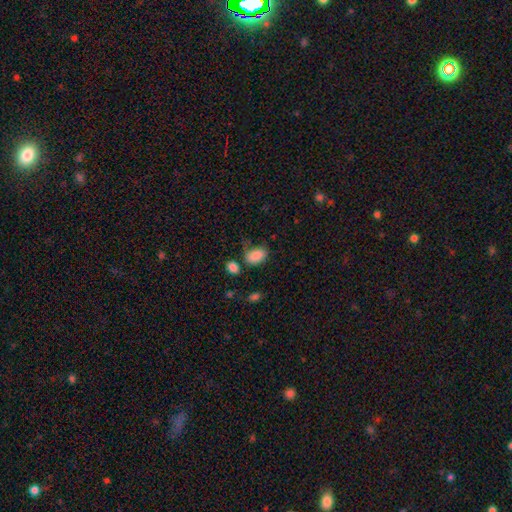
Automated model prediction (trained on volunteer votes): This appears to be a smooth galaxy with no disk features (86%) that is in between round and cigar-shaped (90%). Merging: none (55%).